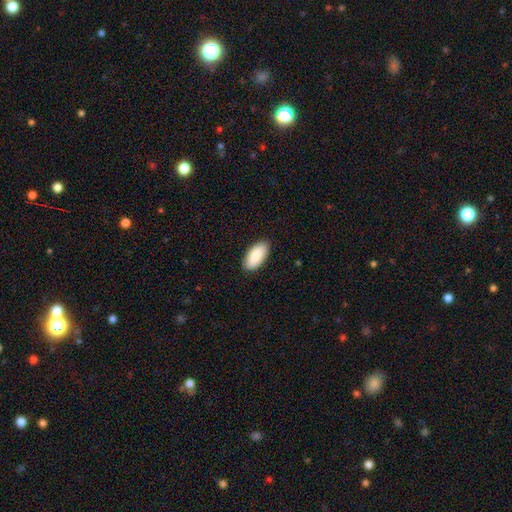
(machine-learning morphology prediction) smooth 86%, featured or disk 8%, star or artifact 6%. Down the decision tree: how rounded — in between (91%); merging — none (88%).